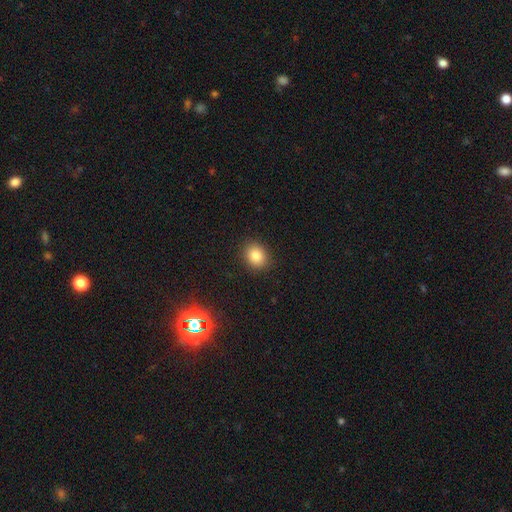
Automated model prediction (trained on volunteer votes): smooth 83%, star or artifact 11%, featured or disk 6%. Down the decision tree: how rounded — round (57%); merging — none (89%).